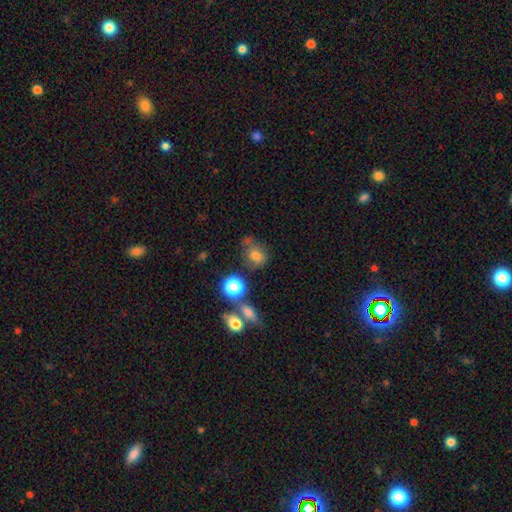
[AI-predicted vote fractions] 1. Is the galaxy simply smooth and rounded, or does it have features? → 74% smooth, 15% star or artifact, 11% featured or disk.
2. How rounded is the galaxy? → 64% round, 35% in between, 1% cigar-shaped.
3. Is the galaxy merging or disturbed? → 56% none, 19% minor disturbance, 17% merger, 9% major disturbance.